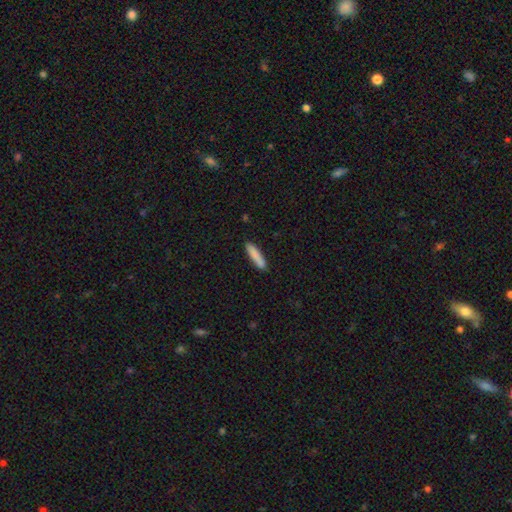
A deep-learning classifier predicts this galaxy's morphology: A smooth galaxy with no disk features (86%) that is cigar-shaped (84%).

Vote fractions:
- Smooth or featured? smooth: 86% / featured or disk: 8% / star or artifact: 6%
- How rounded? cigar-shaped: 84% / in between: 15% / round: 1%
- Merging? none: 88% / minor disturbance: 9% / major disturbance: 2% / merger: 2%